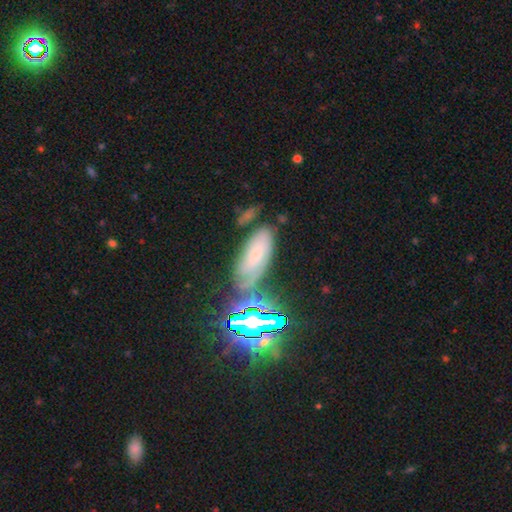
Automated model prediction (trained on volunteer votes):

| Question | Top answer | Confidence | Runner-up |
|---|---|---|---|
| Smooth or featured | star or artifact | 36% | tied: smooth (36%) |